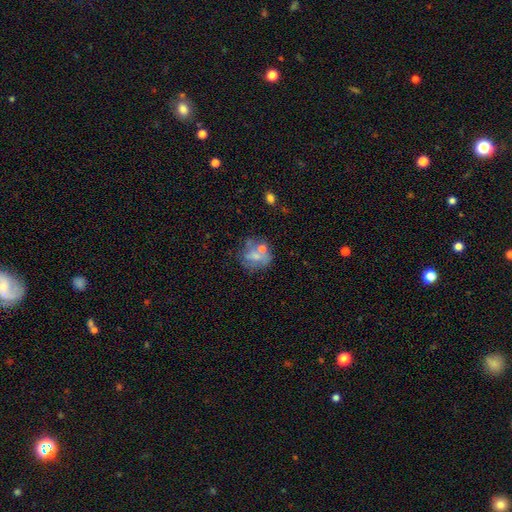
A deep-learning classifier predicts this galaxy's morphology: type=smooth (47%); merging=none (43%).